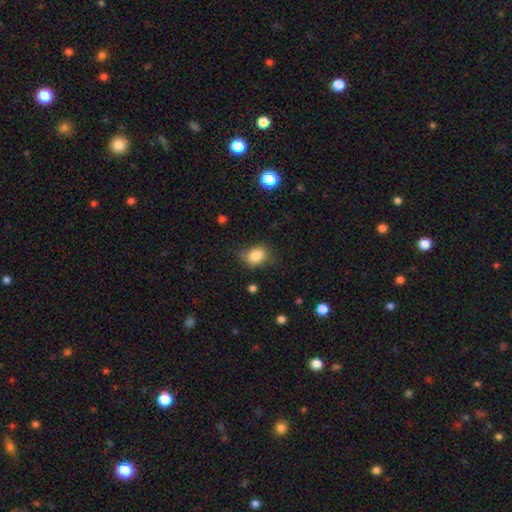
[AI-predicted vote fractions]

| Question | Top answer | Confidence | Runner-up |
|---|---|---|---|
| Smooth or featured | smooth | 84% | star or artifact (9%) |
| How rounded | in between | 65% | round (34%) |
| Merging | none | 71% | minor disturbance (22%) |